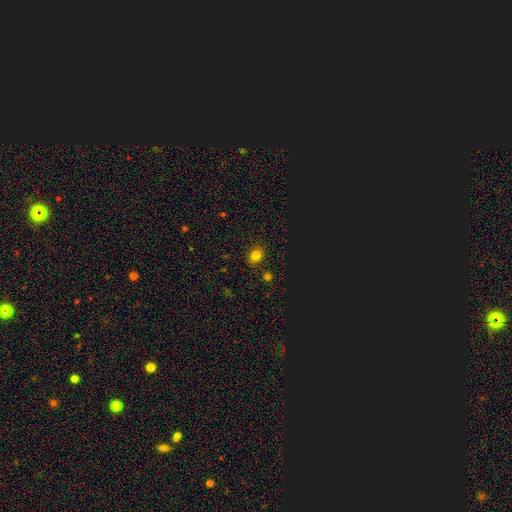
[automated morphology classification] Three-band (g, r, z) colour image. It shows a smooth galaxy with no disk features (76%) that is in between round and cigar-shaped (52%). Merging: none (85%).